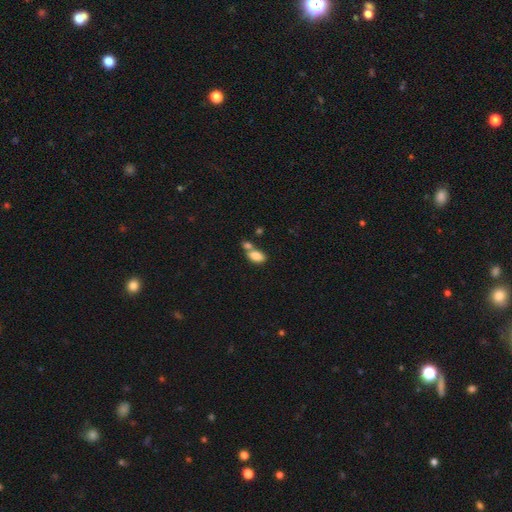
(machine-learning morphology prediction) The model was most divided on "merging": merger: 47%, none: 37%, minor disturbance: 11%, major disturbance: 5%. More confident: how rounded — in between (90%); smooth or featured — smooth (82%).